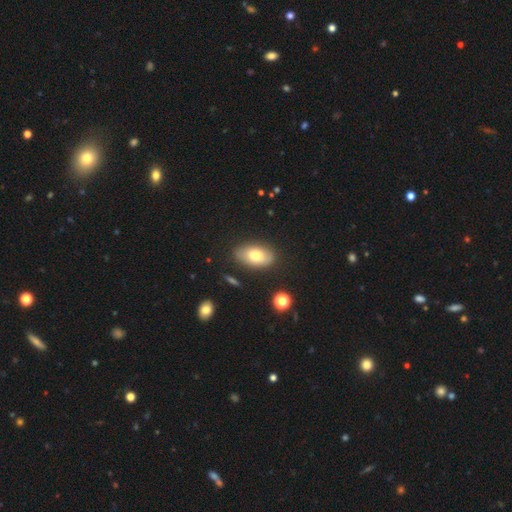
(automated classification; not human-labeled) Q: Smooth or featured?
A: smooth (71%); runner-up: featured or disk (22%)
Q: How rounded?
A: in between (92%); runner-up: round (6%)
Q: Merging?
A: none (81%); runner-up: minor disturbance (13%)